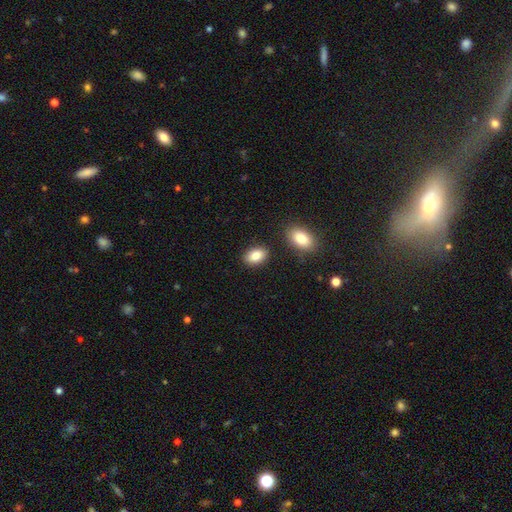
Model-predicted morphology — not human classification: Smooth or featured? Predicted: smooth (p=0.85). How rounded? Predicted: in between (p=0.89). Merging? Predicted: none (p=0.85).